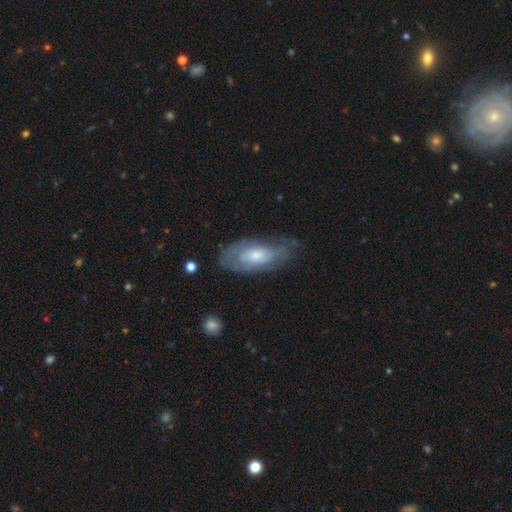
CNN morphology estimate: Smooth or featured? featured or disk (56%)
Edge-on disk? no (87%)
Merging? none (55%)